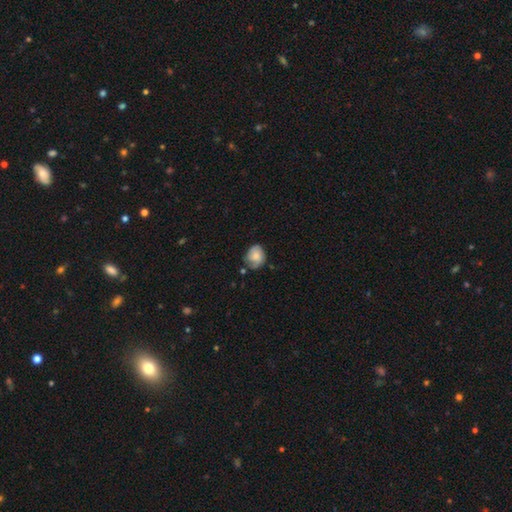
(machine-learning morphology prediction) This appears to be a smooth galaxy with no disk features (62%) that is round (51%). Merging: none (54%).